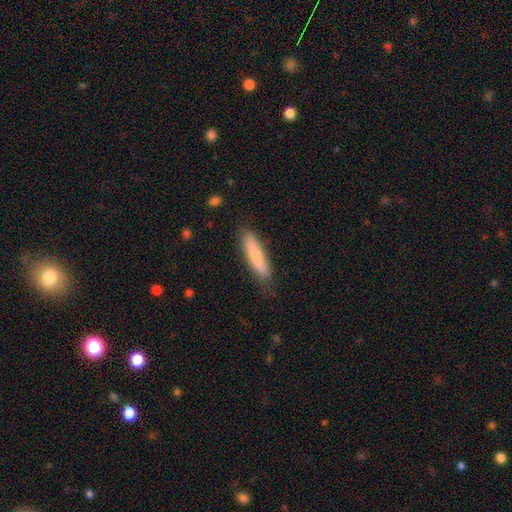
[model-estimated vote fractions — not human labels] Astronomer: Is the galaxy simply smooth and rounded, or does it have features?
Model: smooth — 76%.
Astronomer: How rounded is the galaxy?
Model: cigar-shaped — 76%.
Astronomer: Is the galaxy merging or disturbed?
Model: none — 82%.